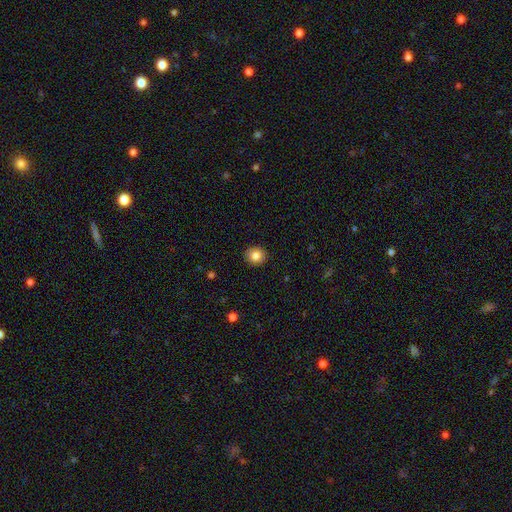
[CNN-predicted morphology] Smooth or featured: smooth — 84% (star or artifact — 10%)
How rounded: round — 83% (in between — 16%)
Merging: none — 91% (minor disturbance — 6%)